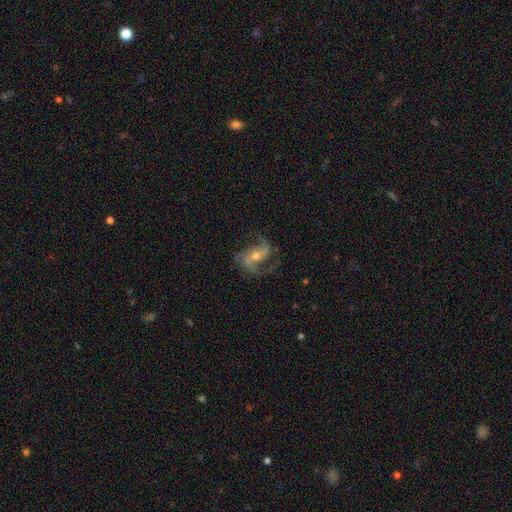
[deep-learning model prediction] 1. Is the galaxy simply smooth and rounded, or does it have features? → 87% featured or disk, 7% smooth, 7% star or artifact.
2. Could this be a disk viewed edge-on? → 97% no, 3% yes.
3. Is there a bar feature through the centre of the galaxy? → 44% no, 36% weak, 20% strong.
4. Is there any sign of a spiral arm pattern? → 97% yes, 3% no.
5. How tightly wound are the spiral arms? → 48% medium, 39% loose, 13% tight.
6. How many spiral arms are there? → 56% 2, 28% 3, 6% can't tell, 4% 1, 4% 4, 3% more than 4.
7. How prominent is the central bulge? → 56% moderate, 40% small, 2% large, 1% none, 1% dominant.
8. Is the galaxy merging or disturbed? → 68% none, 18% minor disturbance, 13% major disturbance, 1% merger.